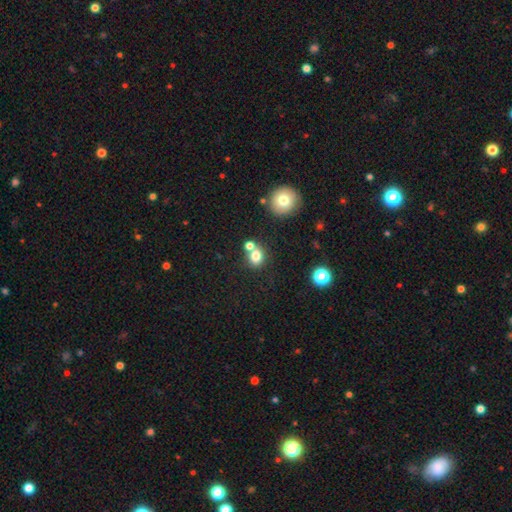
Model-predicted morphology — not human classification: Smooth or featured?
  - smooth: 77% *
  - star or artifact: 13%
  - featured or disk: 10%
How rounded?
  - round: 63% *
  - in between: 36%
  - cigar-shaped: 1%
Merging?
  - none: 54% *
  - merger: 33%
  - minor disturbance: 10%
  - major disturbance: 4%